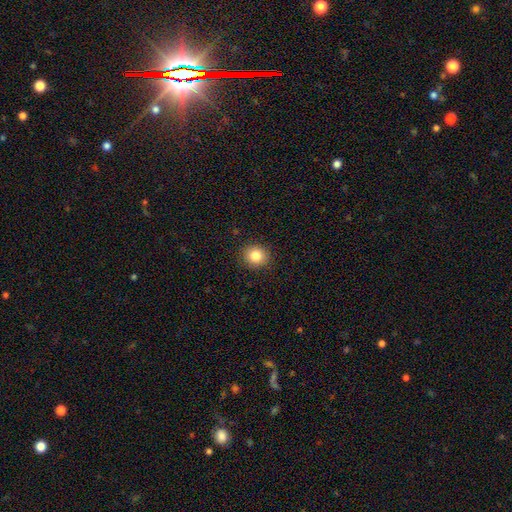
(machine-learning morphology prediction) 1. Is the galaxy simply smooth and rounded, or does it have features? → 84% smooth, 10% star or artifact, 6% featured or disk.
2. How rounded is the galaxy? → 86% round, 14% in between, 1% cigar-shaped.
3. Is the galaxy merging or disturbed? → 91% none, 6% minor disturbance, 2% major disturbance, 1% merger.